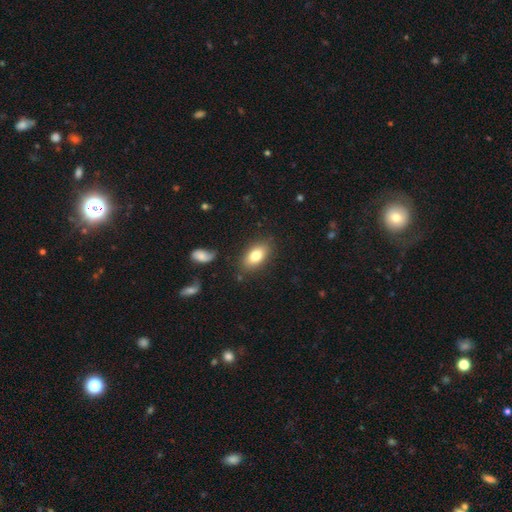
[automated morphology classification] Q: Smooth or featured?
A: smooth (80%); runner-up: featured or disk (13%)
Q: How rounded?
A: in between (90%); runner-up: round (6%)
Q: Merging?
A: none (83%); runner-up: minor disturbance (11%)